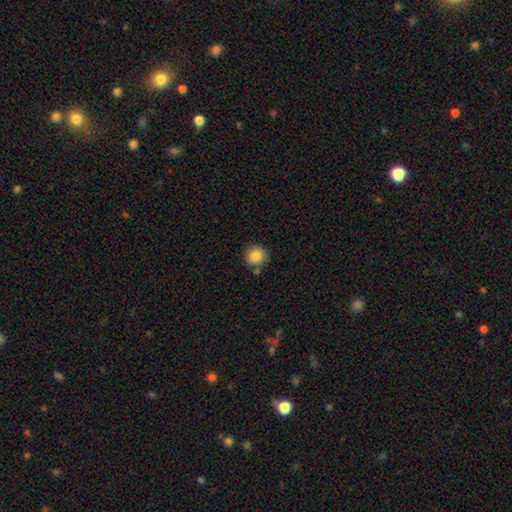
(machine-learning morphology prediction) Smooth or featured? Predicted: smooth (p=0.87). How rounded? Predicted: round (p=0.89). Merging? Predicted: none (p=0.74).